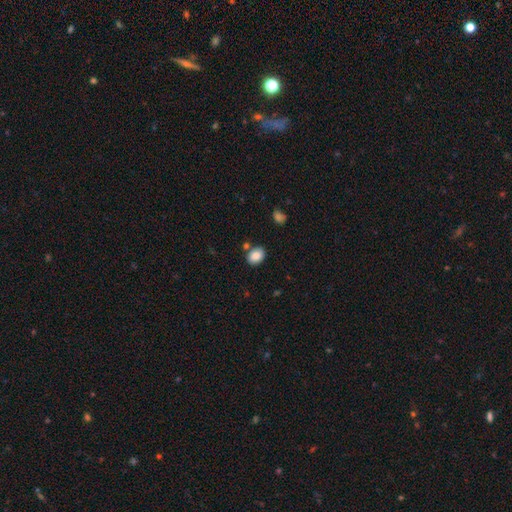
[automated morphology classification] smooth 86%, star or artifact 8%, featured or disk 6%. Down the decision tree: how rounded — in between (62%); merging — none (77%).